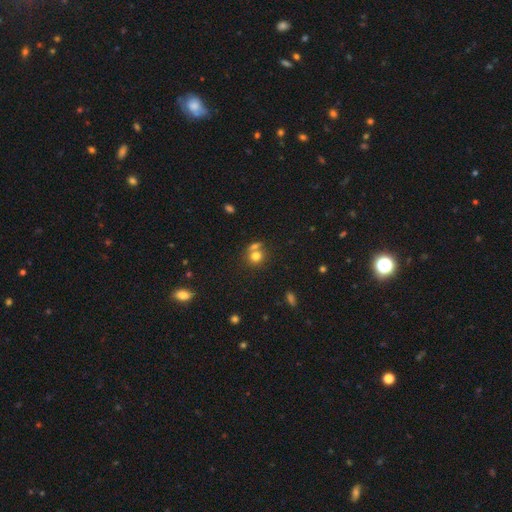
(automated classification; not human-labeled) This is likely a smooth galaxy (75%). How rounded: likely round (76%). Merging: possibly none (50%).